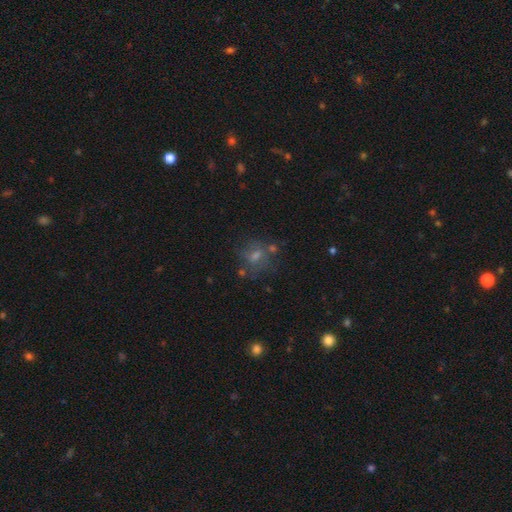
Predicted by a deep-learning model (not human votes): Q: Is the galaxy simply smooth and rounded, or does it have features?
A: smooth — 45%.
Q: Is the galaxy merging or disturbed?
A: none — 64%.